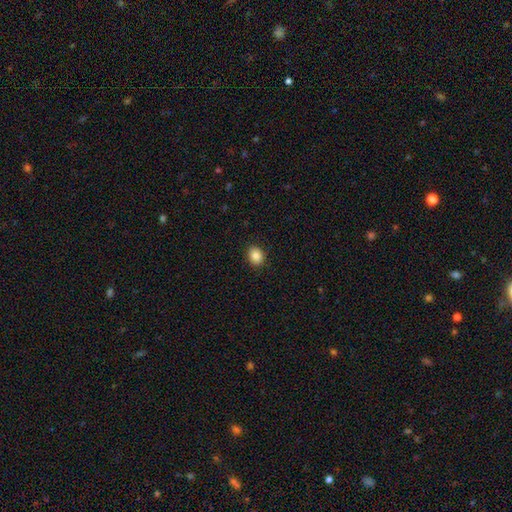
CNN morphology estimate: This appears to be a smooth galaxy with no disk features (86%) that is round (55%). Merging: none (90%).